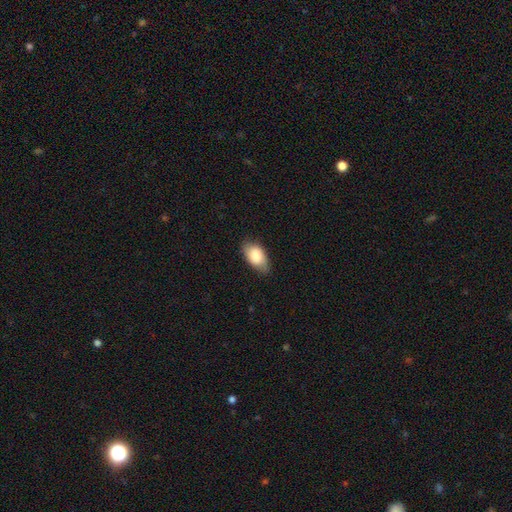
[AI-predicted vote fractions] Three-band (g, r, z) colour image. It shows a smooth galaxy with no disk features (81%) that is in between round and cigar-shaped (93%). Merging: none (78%).